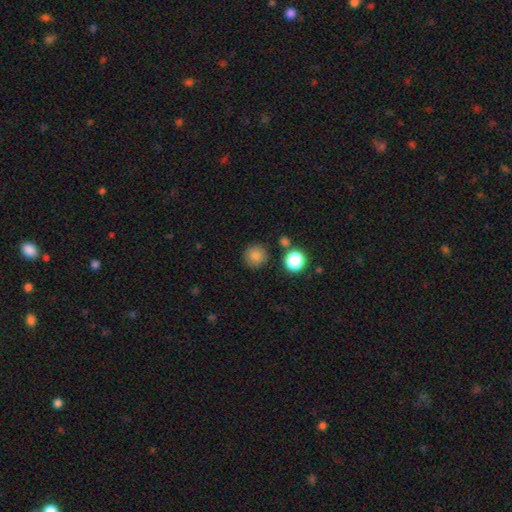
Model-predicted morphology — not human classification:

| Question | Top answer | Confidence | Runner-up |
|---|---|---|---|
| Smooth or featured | smooth | 83% | star or artifact (12%) |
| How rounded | round | 95% | in between (4%) |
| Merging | none | 86% | minor disturbance (7%) |